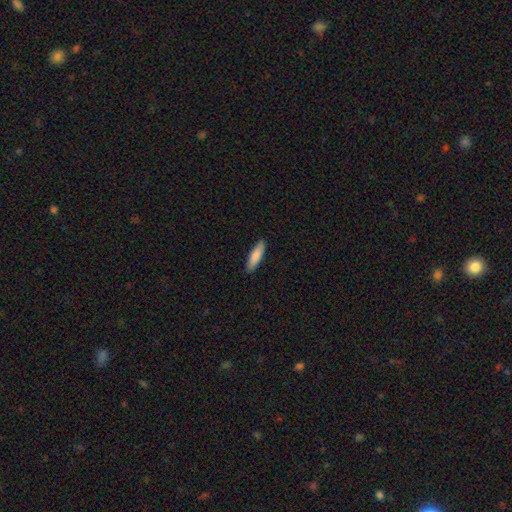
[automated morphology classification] Q: Smooth or featured?
A: smooth (86%); runner-up: featured or disk (9%)
Q: How rounded?
A: cigar-shaped (63%); runner-up: in between (36%)
Q: Merging?
A: none (90%); runner-up: minor disturbance (8%)